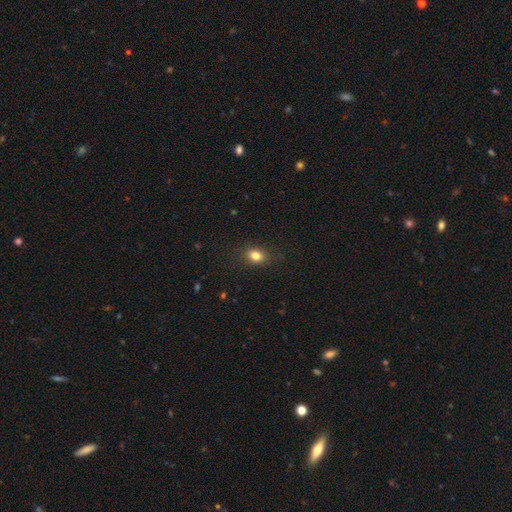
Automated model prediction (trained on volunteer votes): This appears to be a smooth galaxy with no disk features (83%) that is in between round and cigar-shaped (63%). Merging: none (84%).